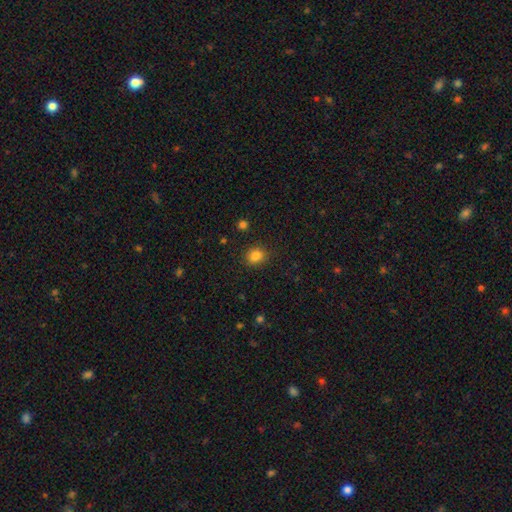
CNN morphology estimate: Smooth or featured: smooth — 84% (star or artifact — 12%)
How rounded: round — 72% (in between — 27%)
Merging: none — 88% (minor disturbance — 8%)